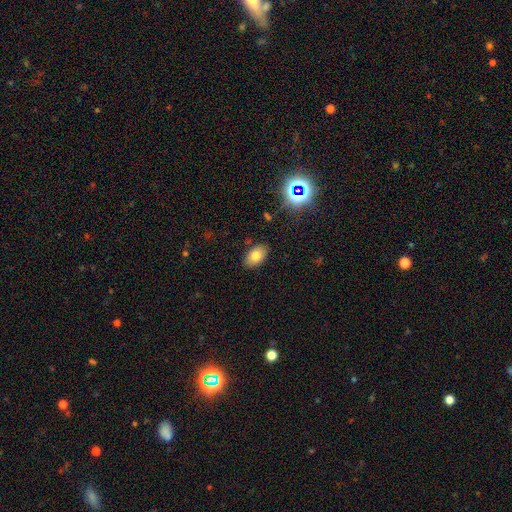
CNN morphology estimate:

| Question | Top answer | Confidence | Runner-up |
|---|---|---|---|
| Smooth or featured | smooth | 77% | featured or disk (12%) |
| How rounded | in between | 90% | round (8%) |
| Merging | none | 86% | minor disturbance (10%) |